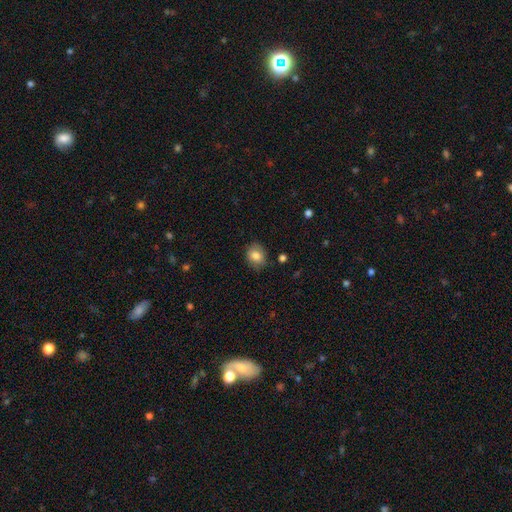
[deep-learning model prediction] smooth-or-featured: smooth: 81% | featured or disk: 10% | star or artifact: 9%
  how-rounded: round: 56% | in between: 43% | cigar-shaped: 1%
  merging: none: 81% | minor disturbance: 14% | major disturbance: 3% | merger: 2%